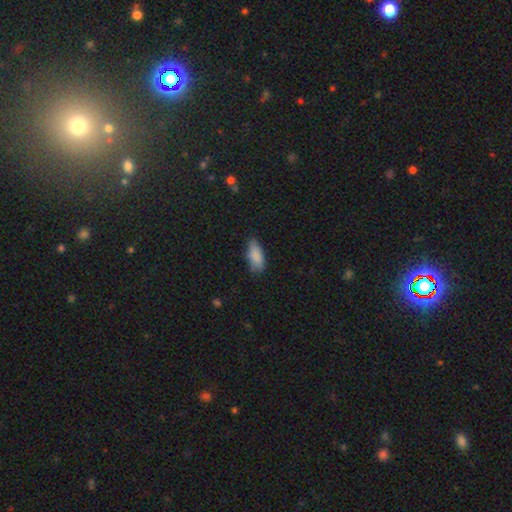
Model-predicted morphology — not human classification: A smooth galaxy with no disk features (85%) that is in between round and cigar-shaped (84%).

Vote fractions:
- Smooth or featured? smooth: 85% / star or artifact: 8% / featured or disk: 7%
- How rounded? in between: 84% / cigar-shaped: 14% / round: 2%
- Merging? none: 68% / minor disturbance: 25% / major disturbance: 5% / merger: 2%